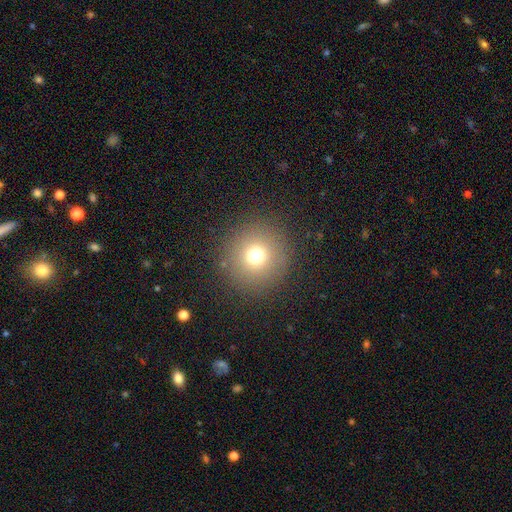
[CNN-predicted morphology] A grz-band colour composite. It shows a smooth galaxy with no disk features (72%) that is round (96%). Merging: none (90%).